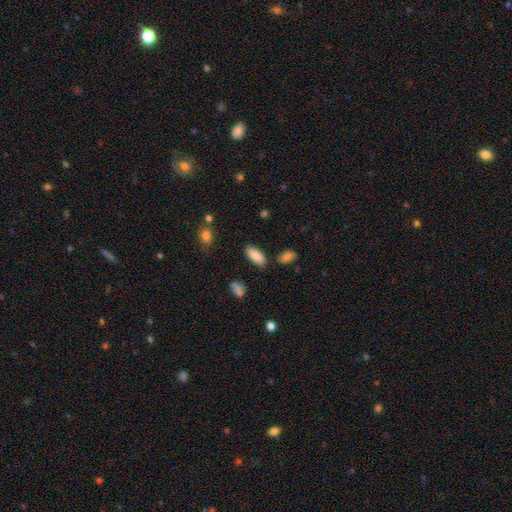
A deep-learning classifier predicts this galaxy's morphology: A smooth galaxy with no disk features (85%) that is in between round and cigar-shaped (89%). Merging: none (84%).